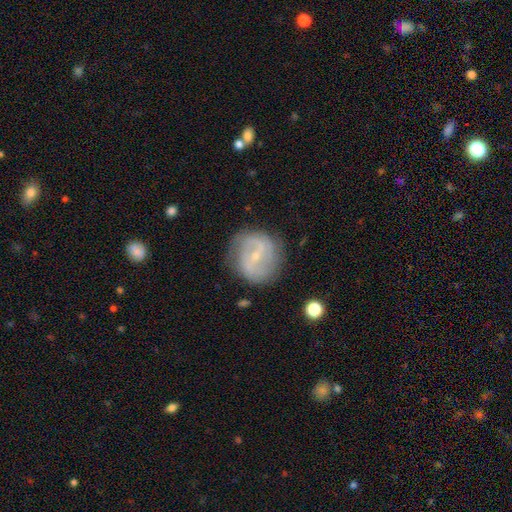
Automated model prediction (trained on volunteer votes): The model was most divided on "spiral winding": medium: 42%, loose: 31%, tight: 27%. Remaining: edge-on disk — no (97%); spiral arms — yes (80%); bulge size — small (77%); spiral arm count — 2 (76%); merging — none (76%); smooth or featured — featured or disk (73%); bar — weak (47%).